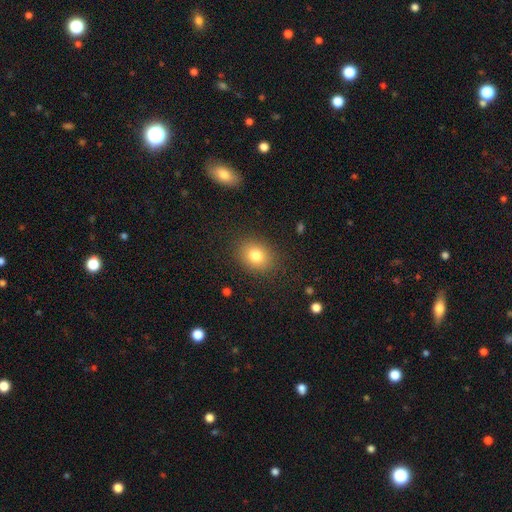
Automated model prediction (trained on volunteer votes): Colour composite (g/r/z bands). It shows a smooth galaxy with no disk features (80%) that is round (54%). Merging: none (87%).